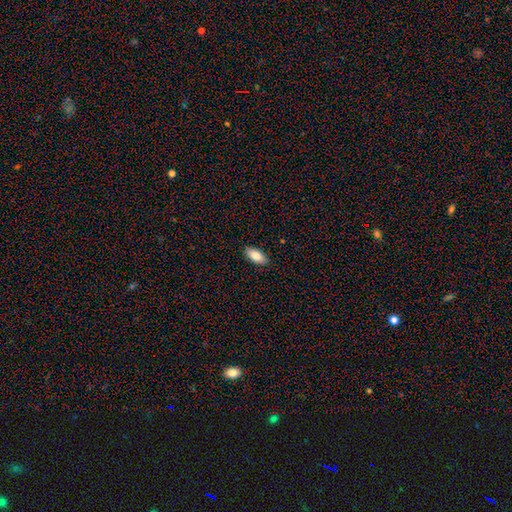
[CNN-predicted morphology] smooth-or-featured: smooth: 83% | featured or disk: 11% | star or artifact: 7%
  how-rounded: in between: 90% | cigar-shaped: 8% | round: 2%
  merging: none: 89% | minor disturbance: 8% | major disturbance: 2% | merger: 1%